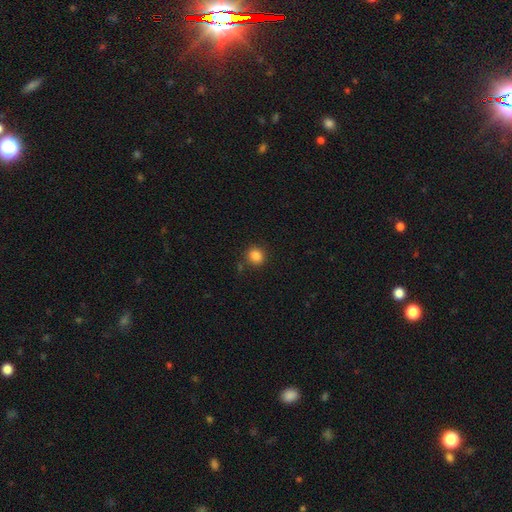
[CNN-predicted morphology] smooth 85%, star or artifact 11%, featured or disk 4%. Down the decision tree: how rounded — round (82%); merging — none (85%).